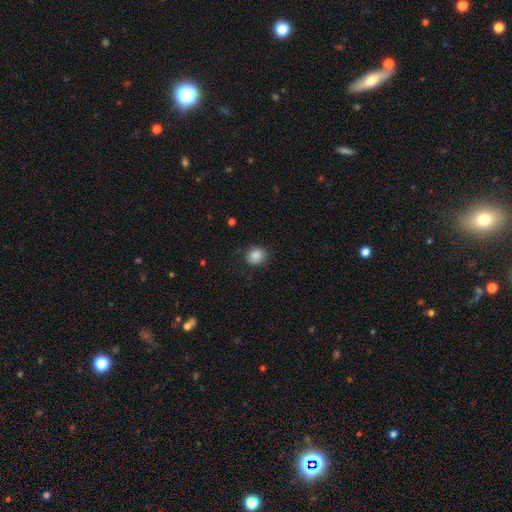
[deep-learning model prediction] smooth-or-featured: smooth: 87% | star or artifact: 9% | featured or disk: 4%
  how-rounded: round: 74% | in between: 25% | cigar-shaped: 1%
  merging: none: 84% | minor disturbance: 12% | major disturbance: 3% | merger: 1%